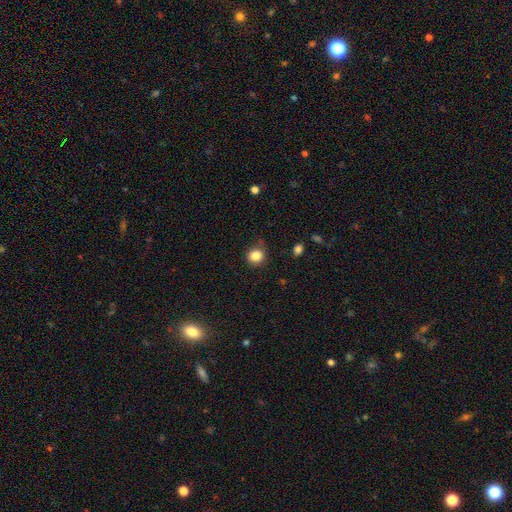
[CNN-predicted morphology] Q: Smooth or featured?
A: smooth (84%); runner-up: star or artifact (11%)
Q: How rounded?
A: round (86%); runner-up: in between (13%)
Q: Merging?
A: none (78%); runner-up: minor disturbance (16%)